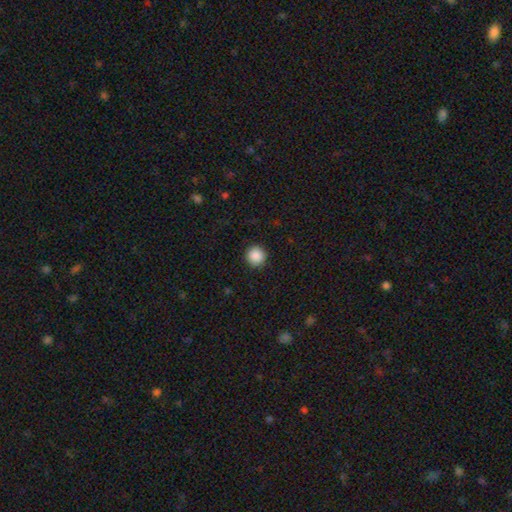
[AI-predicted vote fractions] A smooth galaxy with no disk features (89%) that is round (95%).

Vote fractions:
- Smooth or featured? smooth: 89% / star or artifact: 9% / featured or disk: 3%
- How rounded? round: 95% / in between: 4% / cigar-shaped: 1%
- Merging? none: 92% / minor disturbance: 5% / major disturbance: 2% / merger: 1%